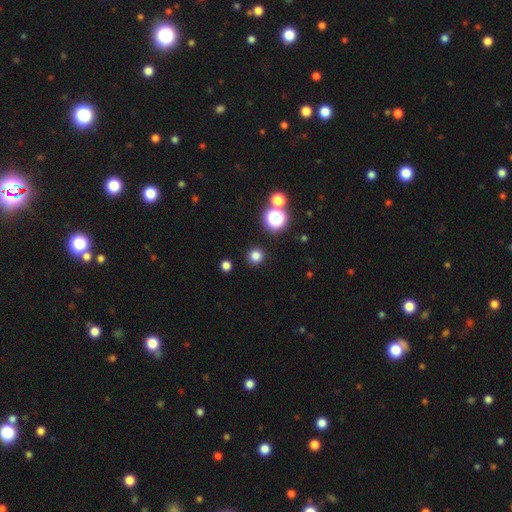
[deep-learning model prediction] smooth-or-featured: smooth: 79% | star or artifact: 17% | featured or disk: 4%
  how-rounded: round: 95% | in between: 4% | cigar-shaped: 1%
  merging: none: 91% | minor disturbance: 5% | major disturbance: 2% | merger: 2%